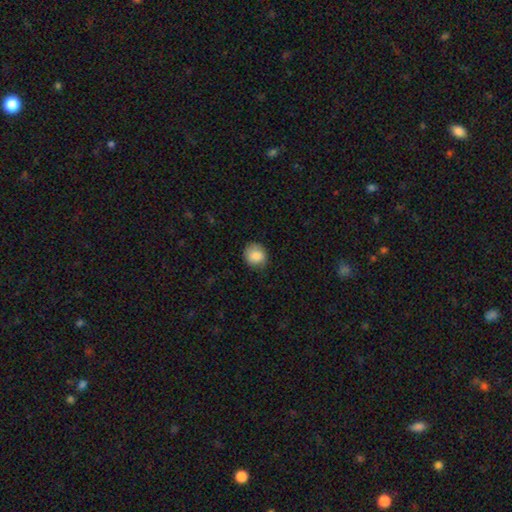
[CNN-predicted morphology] Smooth or featured?
  - smooth: 86% *
  - star or artifact: 8%
  - featured or disk: 6%
How rounded?
  - round: 81% *
  - in between: 18%
  - cigar-shaped: 1%
Merging?
  - none: 81% *
  - minor disturbance: 15%
  - major disturbance: 3%
  - merger: 1%